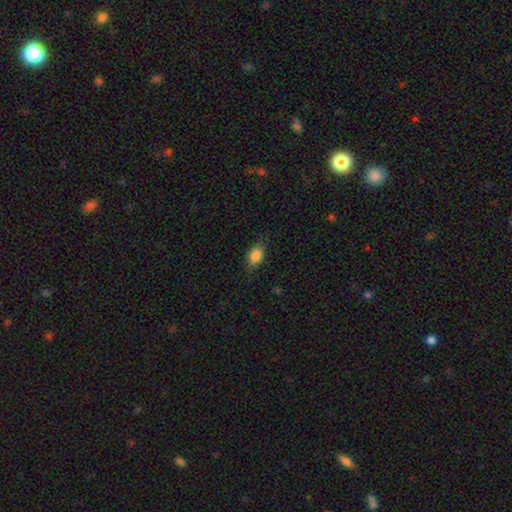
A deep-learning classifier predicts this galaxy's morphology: The model was most divided on "merging": none: 74%, minor disturbance: 19%, major disturbance: 5%, merger: 1%. More confident: smooth or featured — smooth (85%); how rounded — in between (82%).